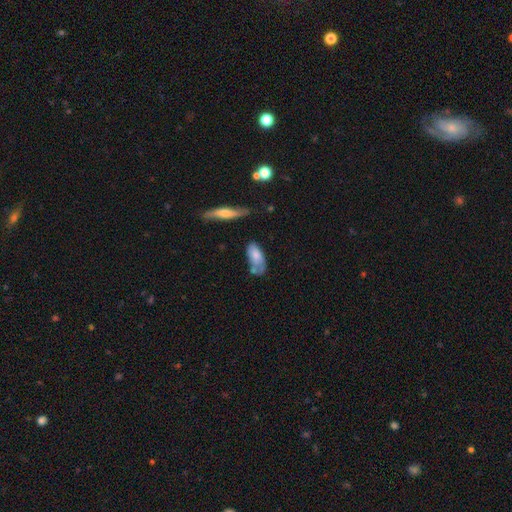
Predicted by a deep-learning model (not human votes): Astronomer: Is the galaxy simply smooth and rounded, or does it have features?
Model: smooth — 68%.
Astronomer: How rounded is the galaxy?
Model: in between — 85%.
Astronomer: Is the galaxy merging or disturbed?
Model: none — 43% (runner-up: minor disturbance, 32%).